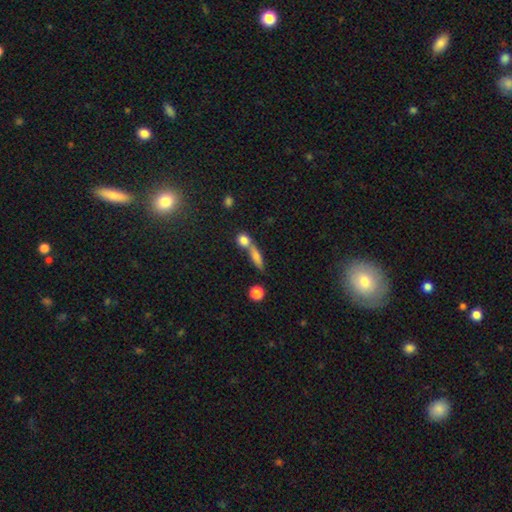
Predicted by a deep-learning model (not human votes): Smooth or featured? smooth (65%)
How rounded? cigar-shaped (55%)
Merging? none (46%)